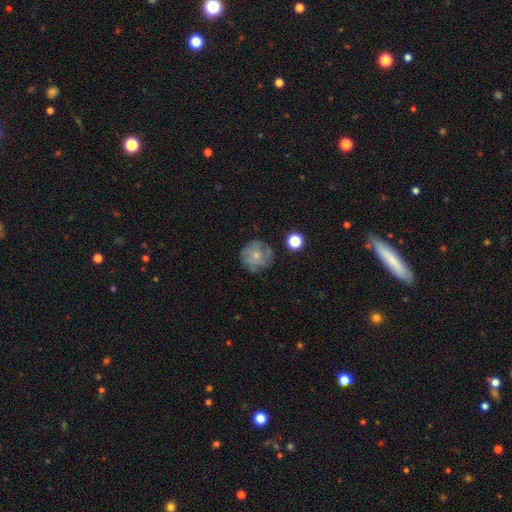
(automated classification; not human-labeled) A smooth galaxy with no disk features (53%) that is round (92%). Merging: none (70%).